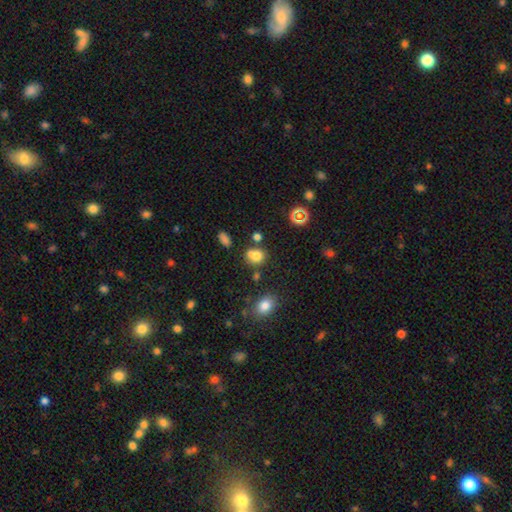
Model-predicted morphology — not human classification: Smooth or featured: smooth — 75% (star or artifact — 15%)
How rounded: round — 63% (in between — 36%)
Merging: none — 55% (merger — 23%)